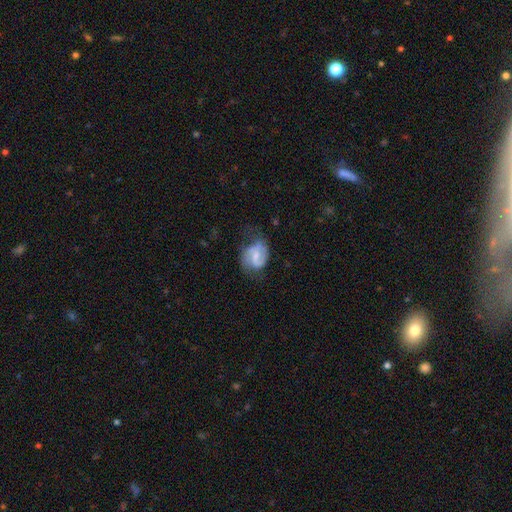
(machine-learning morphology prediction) A featured or disk galaxy (67%) with a weak bar (54%), 2 (79%) medium (47%) spiral arms (87%) and a small central bulge (45%).

Vote fractions:
- Smooth or featured? featured or disk: 67% / smooth: 27% / star or artifact: 6%
- Edge-on disk? no: 98% / yes: 2%
- Bar? weak: 54% / no: 23% / strong: 22%
- Spiral arms? yes: 87% / no: 13%
- Spiral winding? medium: 47% / loose: 31% / tight: 22%
- Spiral arm count? 2: 79% / can't tell: 10% / 1: 7% / 3: 2% / 4: 1% / more than 4: 1%
- Bulge size? small: 45% / moderate: 37% / none: 14% / large: 3% / dominant: 1%
- Merging? none: 48% / minor disturbance: 30% / major disturbance: 20% / merger: 2%